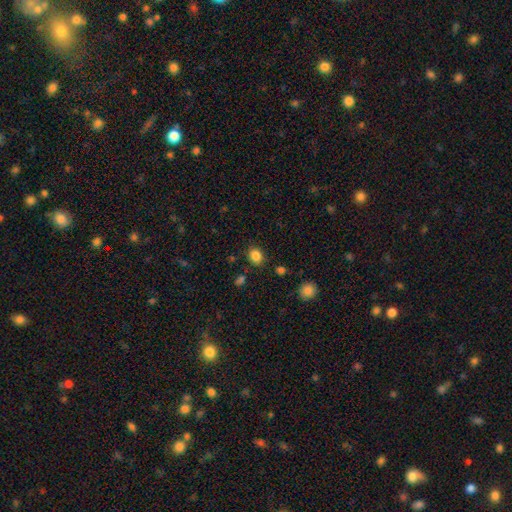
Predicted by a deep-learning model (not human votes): Overall: smooth (85%). How rounded: round (57%; in between 42%). Merging: none (84%).